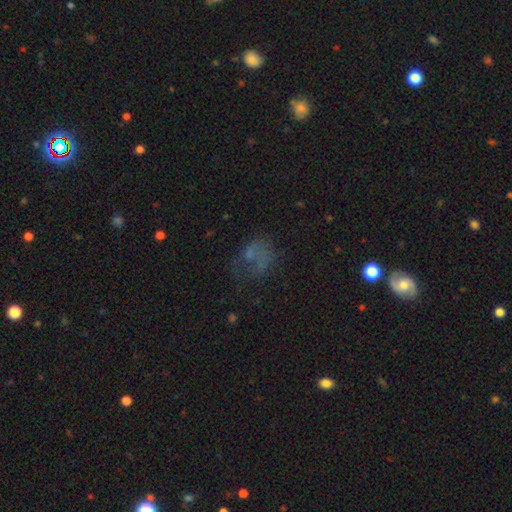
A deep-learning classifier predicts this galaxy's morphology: type=smooth (43%); merging=major disturbance (37%).